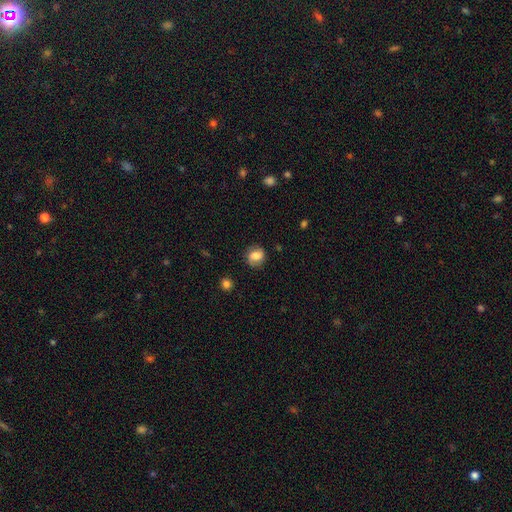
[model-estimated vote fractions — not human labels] Smooth or featured: smooth — 73% (featured or disk — 18%)
How rounded: round — 71% (in between — 28%)
Merging: none — 79% (minor disturbance — 15%)